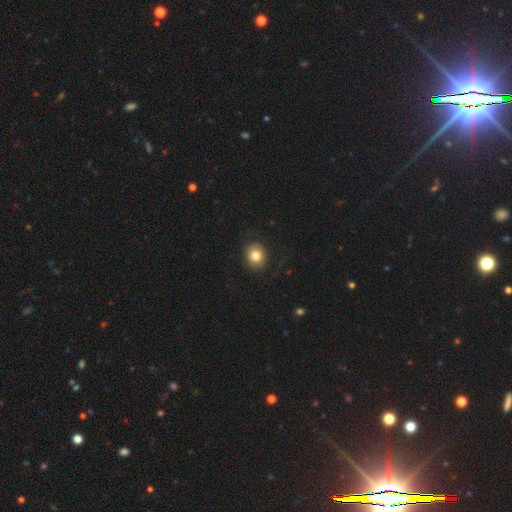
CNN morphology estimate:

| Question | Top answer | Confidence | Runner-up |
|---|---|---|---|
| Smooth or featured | smooth | 81% | featured or disk (10%) |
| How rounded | round | 67% | in between (32%) |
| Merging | none | 86% | minor disturbance (10%) |